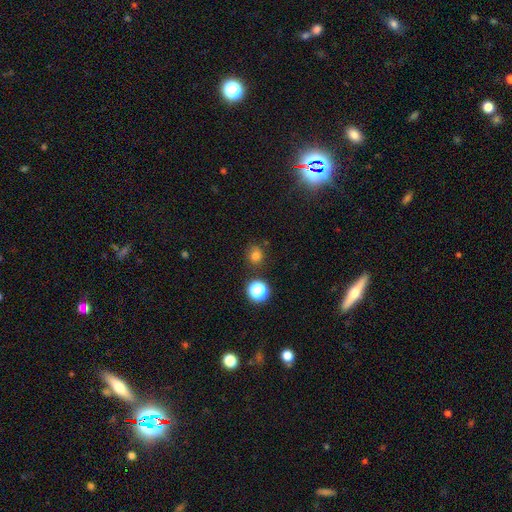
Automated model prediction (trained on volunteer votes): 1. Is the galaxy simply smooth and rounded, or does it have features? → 76% smooth, 19% star or artifact, 5% featured or disk.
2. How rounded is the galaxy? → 79% round, 20% in between, 1% cigar-shaped.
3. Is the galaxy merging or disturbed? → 78% none, 13% minor disturbance, 5% merger, 4% major disturbance.